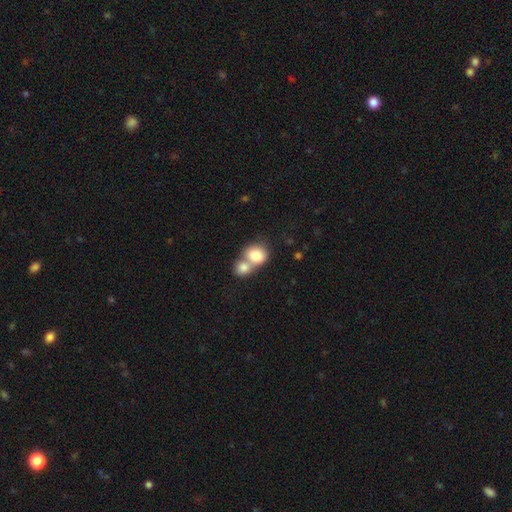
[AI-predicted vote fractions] Overall: smooth (80%). How rounded: round (61%; in between 38%). Merging: merger (68%).